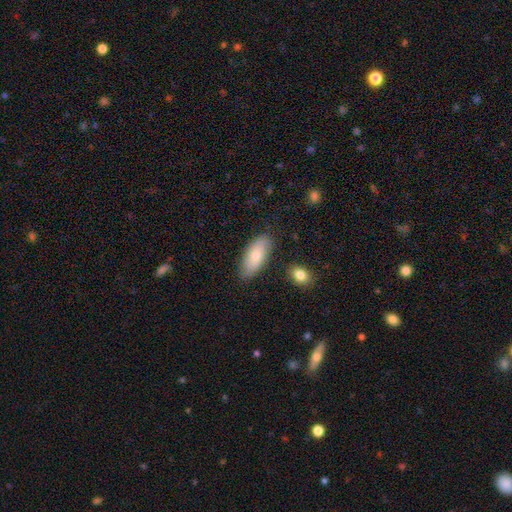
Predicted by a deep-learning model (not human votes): This is likely a smooth galaxy (77%). How rounded: clearly in between (87%). Merging: likely none (79%).